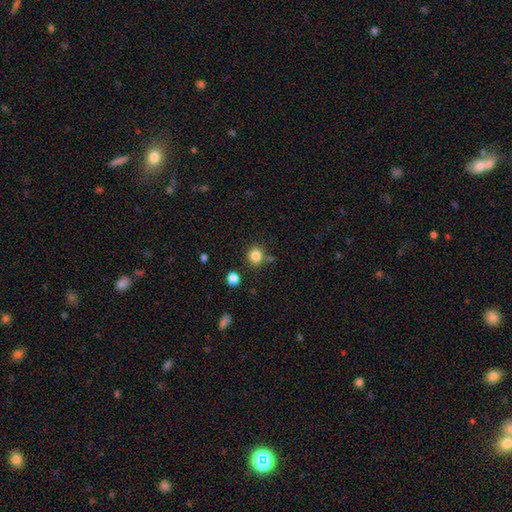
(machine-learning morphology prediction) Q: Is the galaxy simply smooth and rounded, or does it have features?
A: smooth — 84%.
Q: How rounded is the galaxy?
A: round — 83%.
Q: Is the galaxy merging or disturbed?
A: none — 78%.